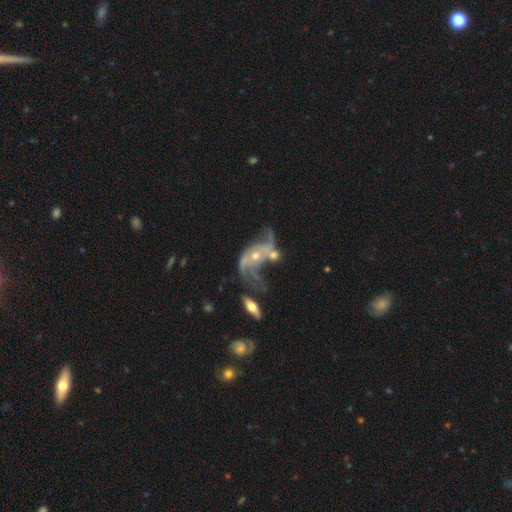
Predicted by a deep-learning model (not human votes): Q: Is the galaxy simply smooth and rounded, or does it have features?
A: featured or disk — 80%.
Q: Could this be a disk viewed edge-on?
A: no — 94%.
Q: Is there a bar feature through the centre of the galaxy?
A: no — 70%.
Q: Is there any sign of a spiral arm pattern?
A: yes — 83%.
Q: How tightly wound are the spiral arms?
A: loose — 67%.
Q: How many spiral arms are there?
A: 2 — 64%.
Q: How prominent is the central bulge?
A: small — 53%.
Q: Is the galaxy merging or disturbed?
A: merger — 35%.